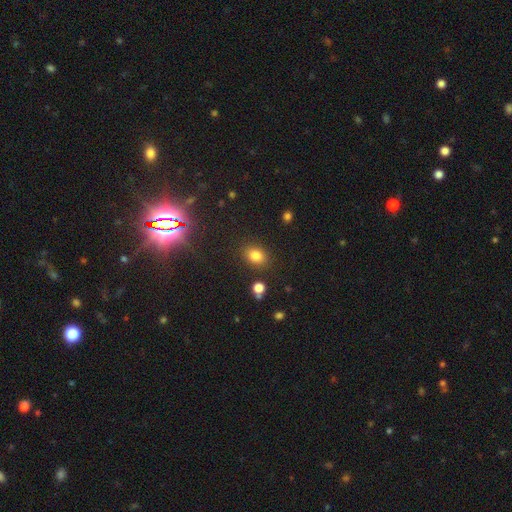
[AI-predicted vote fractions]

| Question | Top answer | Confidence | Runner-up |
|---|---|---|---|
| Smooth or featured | smooth | 80% | star or artifact (13%) |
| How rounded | in between | 61% | round (38%) |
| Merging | none | 84% | minor disturbance (10%) |